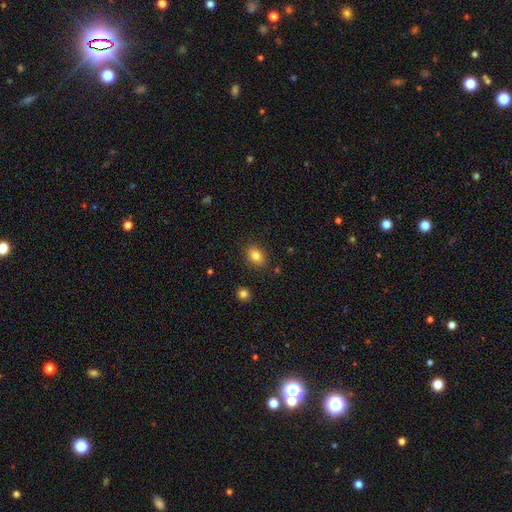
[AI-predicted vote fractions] A smooth galaxy with no disk features (82%) that is in between round and cigar-shaped (65%).

Vote fractions:
- Smooth or featured? smooth: 82% / star or artifact: 10% / featured or disk: 8%
- How rounded? in between: 65% / round: 33% / cigar-shaped: 1%
- Merging? none: 86% / minor disturbance: 10% / major disturbance: 2% / merger: 2%